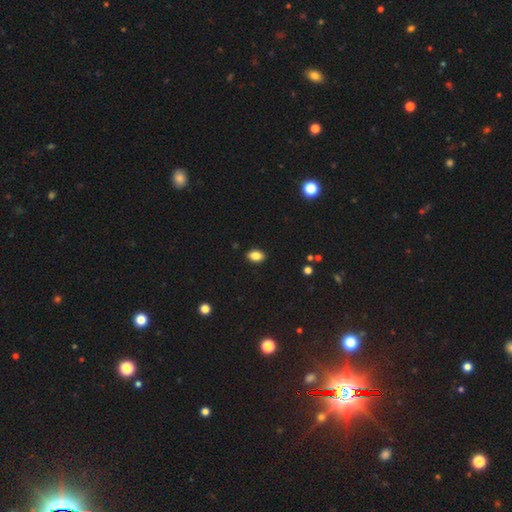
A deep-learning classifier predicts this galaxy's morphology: Smooth or featured?
  - smooth: 85% *
  - star or artifact: 9%
  - featured or disk: 6%
How rounded?
  - in between: 84% *
  - round: 14%
  - cigar-shaped: 2%
Merging?
  - none: 90% *
  - minor disturbance: 8%
  - major disturbance: 2%
  - merger: 1%